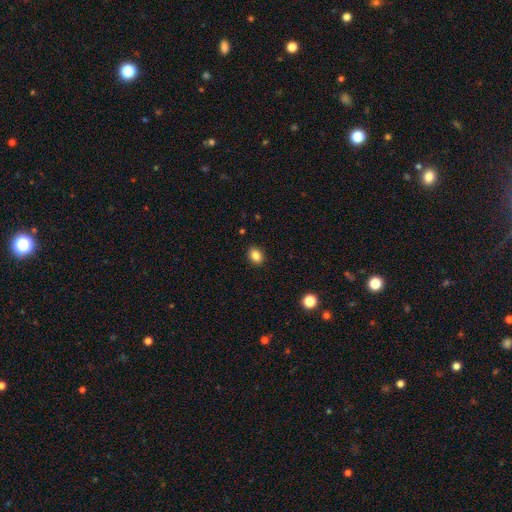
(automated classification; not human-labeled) This is clearly a smooth galaxy (85%). How rounded: likely in between (61%). Merging: clearly none (89%).